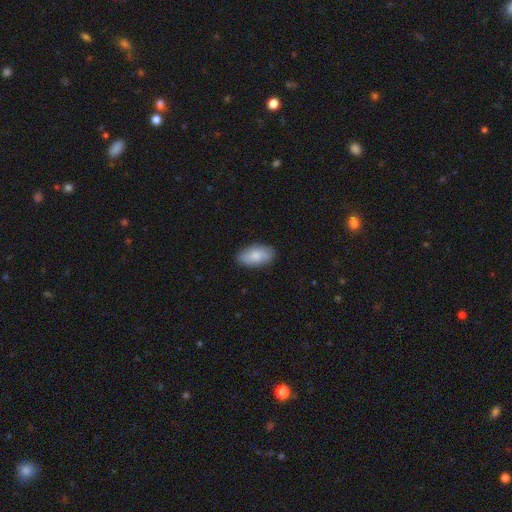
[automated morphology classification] Overall: smooth (81%). How rounded: in between (93%). Merging: none (84%).